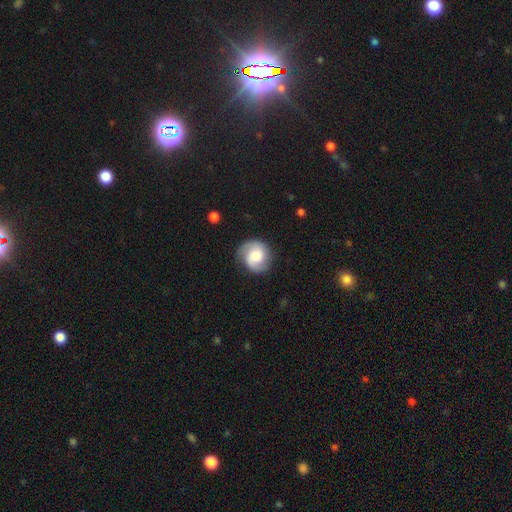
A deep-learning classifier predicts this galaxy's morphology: Smooth or featured? featured or disk (57%)
Edge-on disk? no (98%)
Bar? no (62%)
Spiral arms? yes (92%)
Spiral winding? medium (42%)
Spiral arm count? 2 (81%)
Bulge size? moderate (44%)
Merging? none (78%)